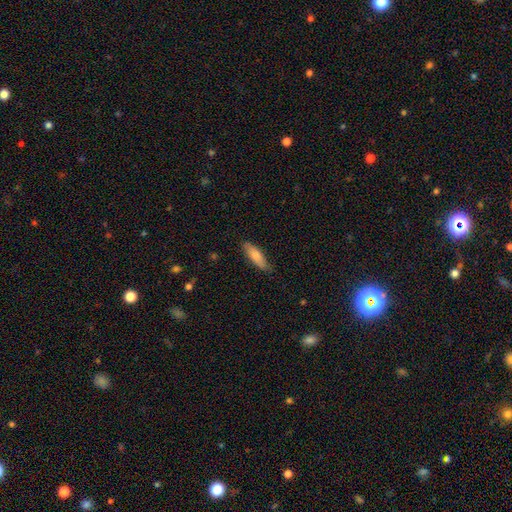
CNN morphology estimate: Overall: smooth (80%). How rounded: cigar-shaped (54%; in between 45%). Merging: none (81%).